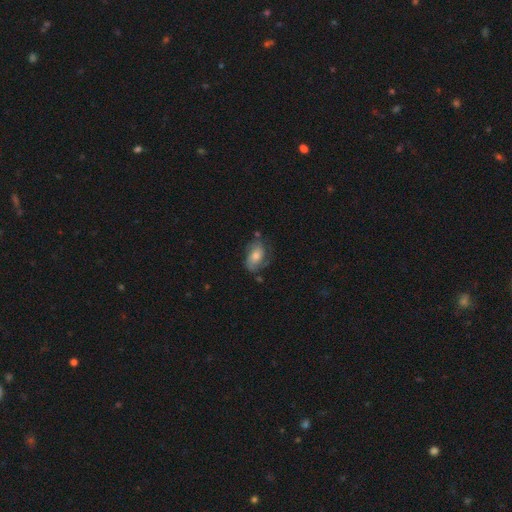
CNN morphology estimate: The model was most divided on "smooth or featured": featured or disk: 50%, smooth: 41%, star or artifact: 10%. More confident: merging — none (57%).